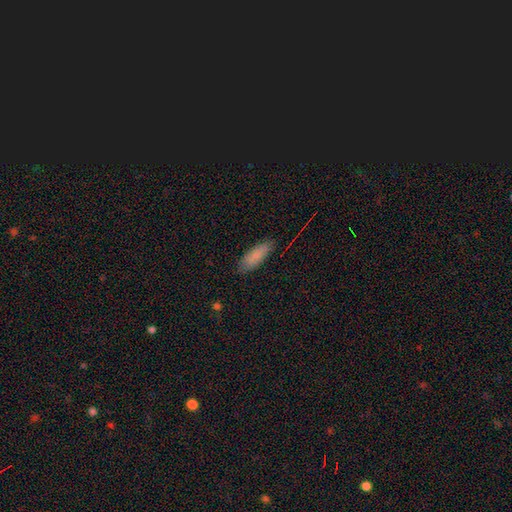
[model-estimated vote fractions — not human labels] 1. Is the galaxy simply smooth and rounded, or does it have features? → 85% smooth, 8% featured or disk, 7% star or artifact.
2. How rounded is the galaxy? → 63% in between, 35% cigar-shaped, 2% round.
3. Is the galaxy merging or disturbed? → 79% none, 16% minor disturbance, 4% major disturbance, 1% merger.